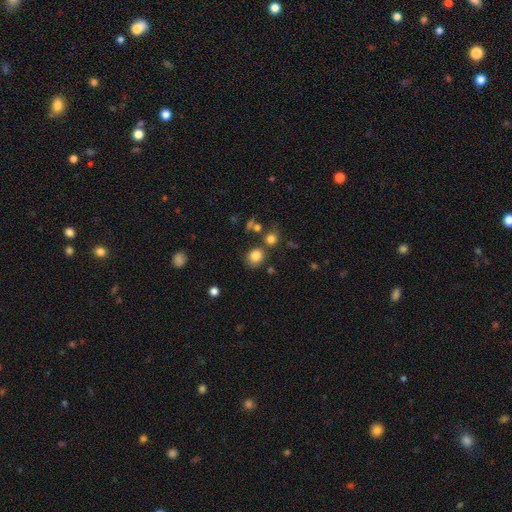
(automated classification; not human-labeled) Smooth or featured?
  - smooth: 82% *
  - star or artifact: 12%
  - featured or disk: 6%
How rounded?
  - round: 78% *
  - in between: 21%
  - cigar-shaped: 1%
Merging?
  - none: 71% *
  - minor disturbance: 13%
  - merger: 11%
  - major disturbance: 5%